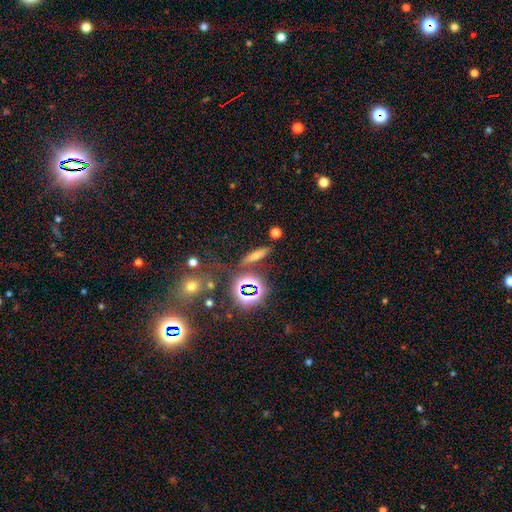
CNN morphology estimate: Smooth or featured? Predicted: smooth (p=0.56). How rounded? Predicted: cigar-shaped (p=0.70). Merging? Predicted: none (p=0.81).